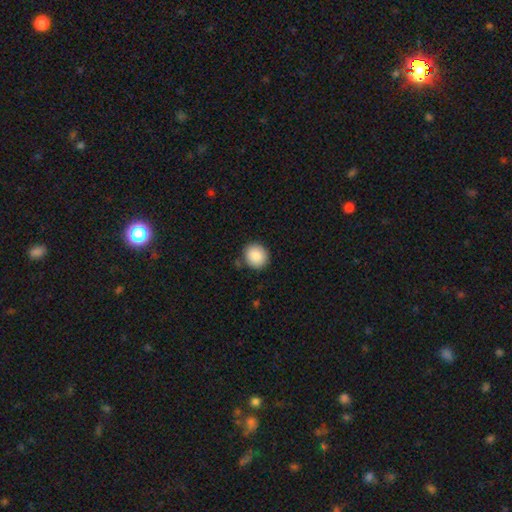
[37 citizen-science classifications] Morphology: type=smooth (92%); roundness=round (97%); merging=none (78%).